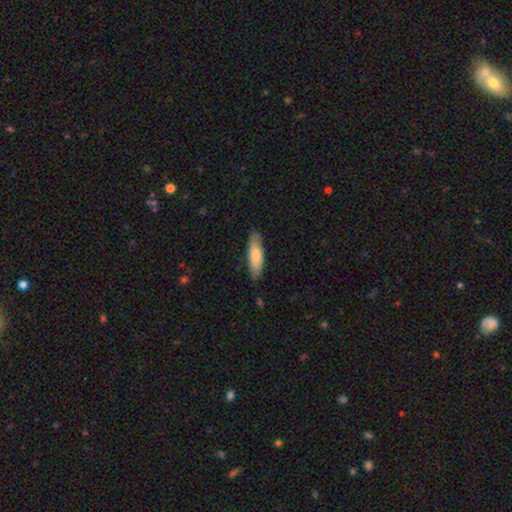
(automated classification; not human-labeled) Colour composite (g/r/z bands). It shows a smooth galaxy with no disk features (76%) that is cigar-shaped (50%). Merging: none (81%).